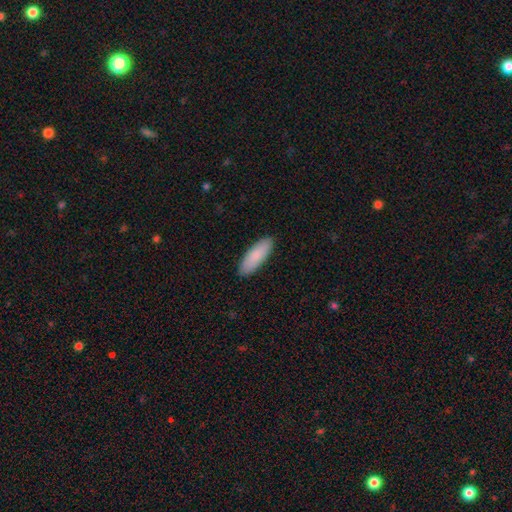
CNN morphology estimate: This appears to be a smooth galaxy with no disk features (88%) that is in between round and cigar-shaped (62%). Merging: none (90%).